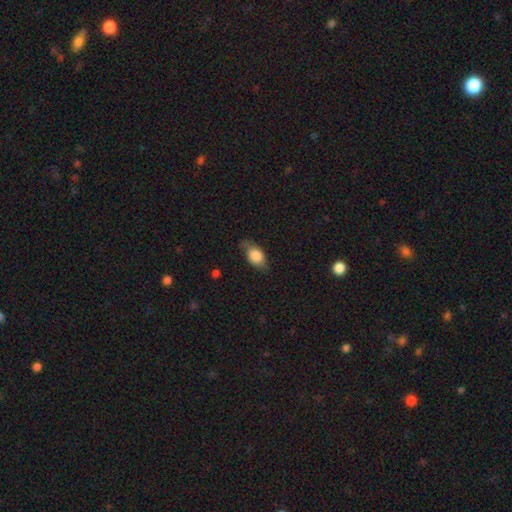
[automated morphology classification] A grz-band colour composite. It shows a smooth galaxy with no disk features (78%) that is in between round and cigar-shaped (82%). Merging: none (58%).